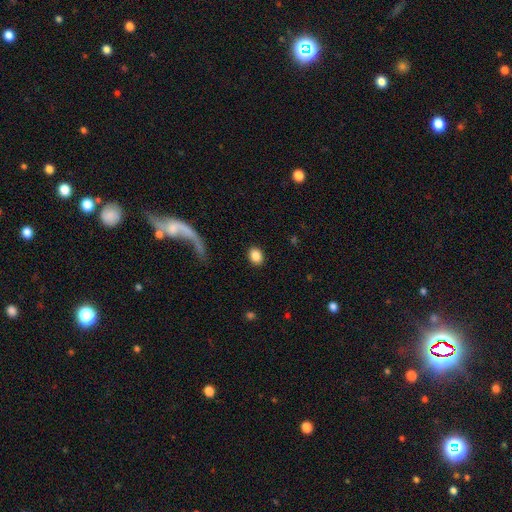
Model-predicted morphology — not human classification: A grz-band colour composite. It shows a smooth galaxy with no disk features (86%) that is in between round and cigar-shaped (57%). Merging: none (89%).